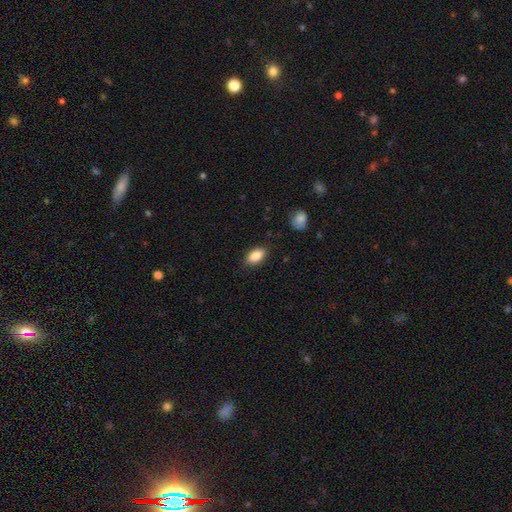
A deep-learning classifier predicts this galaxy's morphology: smooth_or_featured: smooth (p=0.87) [alt: star or artifact p=0.08]
how_rounded: in between (p=0.90) [alt: round p=0.06]
merging: none (p=0.85) [alt: minor disturbance p=0.12]